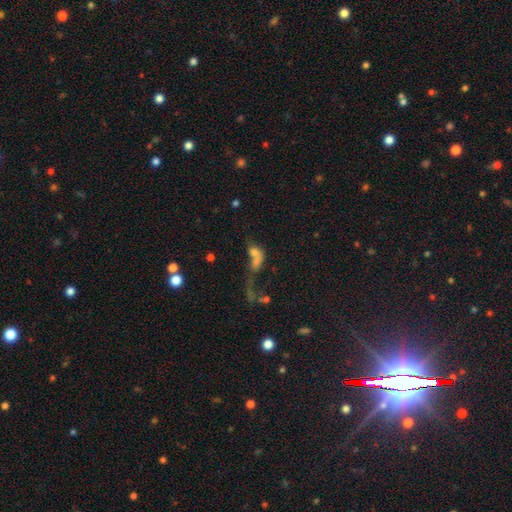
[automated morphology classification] Q: Smooth or featured?
A: smooth (57%); runner-up: featured or disk (28%)
Q: How rounded?
A: in between (69%); runner-up: round (24%)
Q: Merging?
A: merger (65%); runner-up: major disturbance (19%)